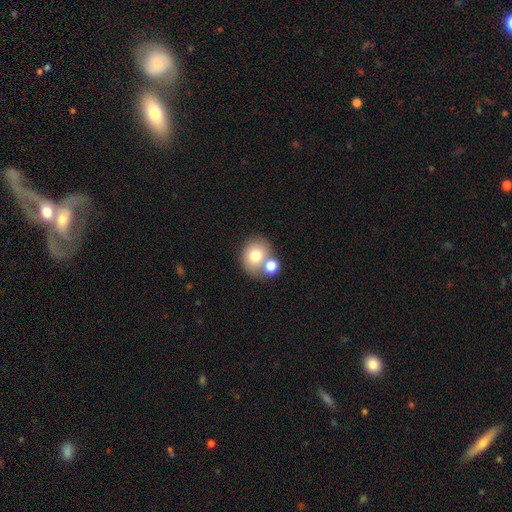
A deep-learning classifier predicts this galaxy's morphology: A smooth galaxy with no disk features (75%) that is round (65%).

Vote fractions:
- Smooth or featured? smooth: 75% / featured or disk: 15% / star or artifact: 10%
- How rounded? round: 65% / in between: 34% / cigar-shaped: 1%
- Merging? none: 49% / merger: 37% / minor disturbance: 10% / major disturbance: 3%